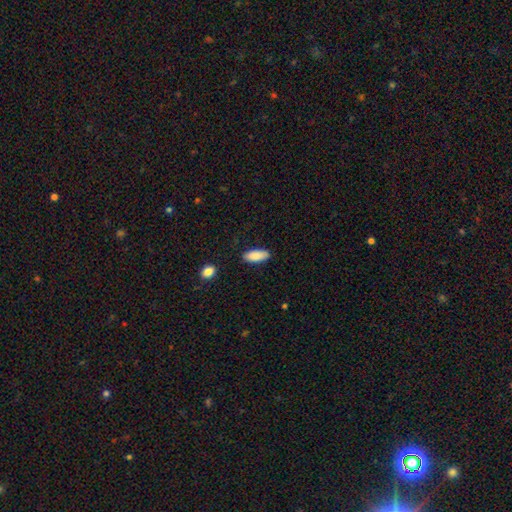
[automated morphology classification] Overall: smooth (88%). How rounded: in between (82%). Merging: none (84%).